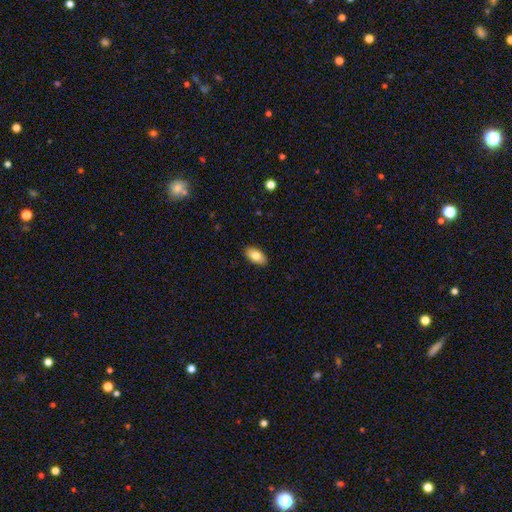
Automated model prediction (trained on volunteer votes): Q: Smooth or featured?
A: smooth (80%); runner-up: featured or disk (13%)
Q: How rounded?
A: in between (93%); runner-up: round (4%)
Q: Merging?
A: none (89%); runner-up: minor disturbance (8%)